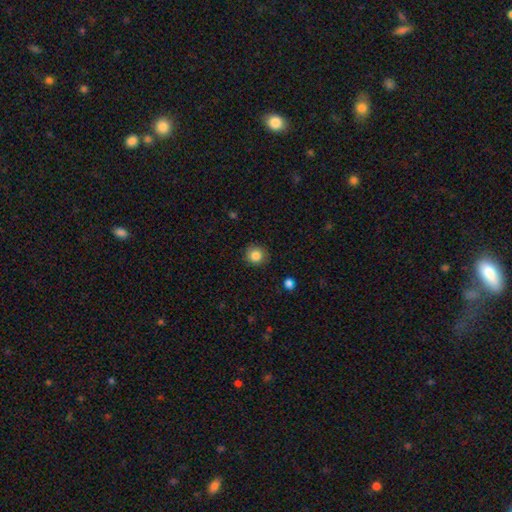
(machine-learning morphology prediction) smooth 85%, star or artifact 10%, featured or disk 6%. Down the decision tree: how rounded — round (89%); merging — none (88%).